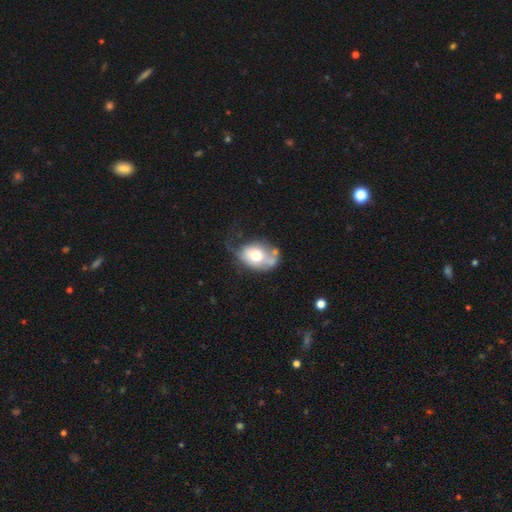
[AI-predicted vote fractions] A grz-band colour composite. It shows a smooth galaxy with no disk features (58%) that is in between round and cigar-shaped (63%). Merging: major disturbance (32%).